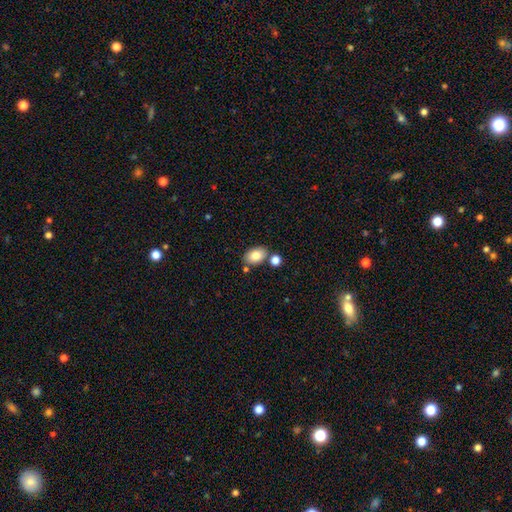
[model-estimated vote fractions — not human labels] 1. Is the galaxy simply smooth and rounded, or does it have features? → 81% smooth, 10% featured or disk, 8% star or artifact.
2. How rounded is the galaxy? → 84% in between, 14% round, 1% cigar-shaped.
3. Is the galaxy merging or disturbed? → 74% none, 13% merger, 11% minor disturbance, 3% major disturbance.